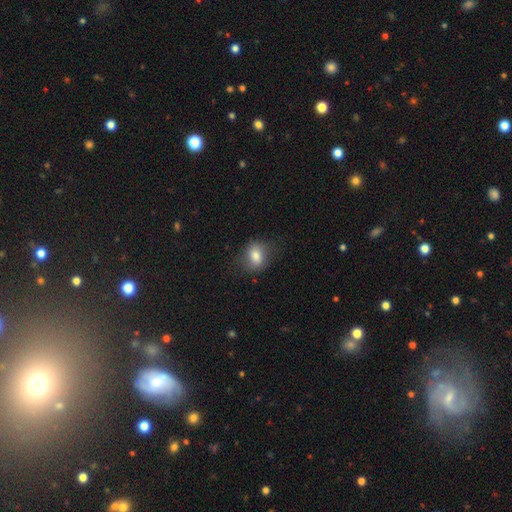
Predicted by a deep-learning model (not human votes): A smooth galaxy with no disk features (78%) that is in between round and cigar-shaped (58%).

Vote fractions:
- Smooth or featured? smooth: 78% / featured or disk: 13% / star or artifact: 9%
- How rounded? in between: 58% / round: 40% / cigar-shaped: 2%
- Merging? none: 73% / minor disturbance: 19% / major disturbance: 7% / merger: 1%